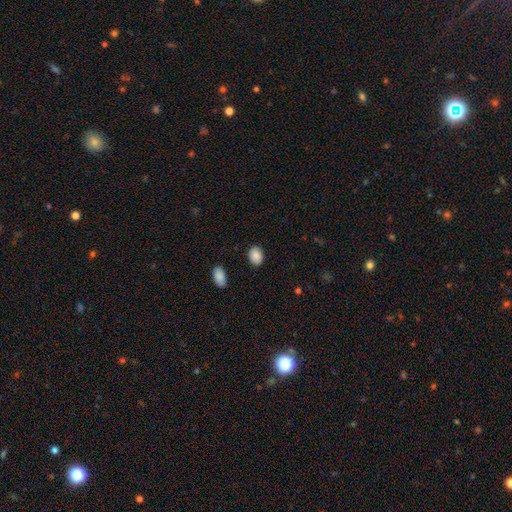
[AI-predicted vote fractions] Smooth or featured? smooth (88%)
How rounded? in between (69%)
Merging? none (87%)